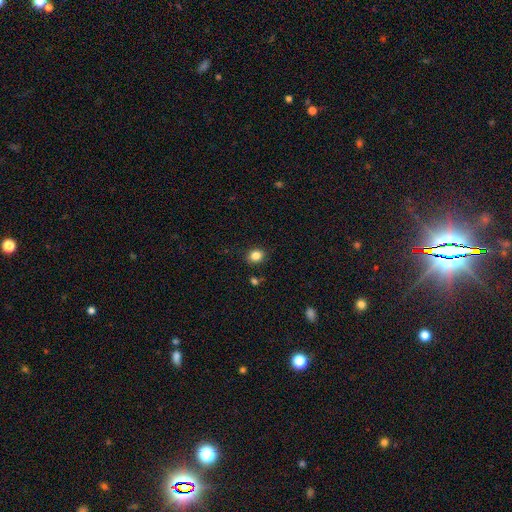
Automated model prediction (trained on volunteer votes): The model was most divided on "how rounded": round: 64%, in between: 35%, cigar-shaped: 1%. More confident: merging — none (85%); smooth or featured — smooth (84%).